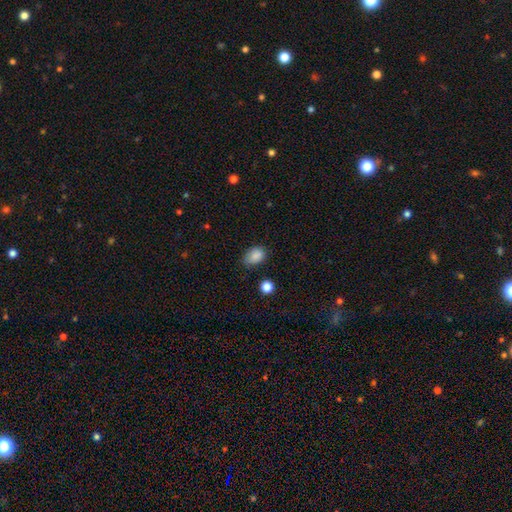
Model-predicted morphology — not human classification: Q: Smooth or featured?
A: smooth (86%); runner-up: star or artifact (9%)
Q: How rounded?
A: in between (76%); runner-up: round (23%)
Q: Merging?
A: none (67%); runner-up: minor disturbance (26%)